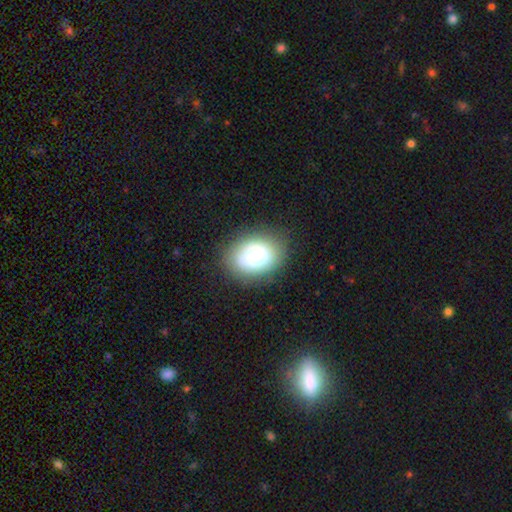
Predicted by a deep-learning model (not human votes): smooth 62%, featured or disk 28%, star or artifact 10%. Down the decision tree: how rounded — in between (57%); merging — none (81%).